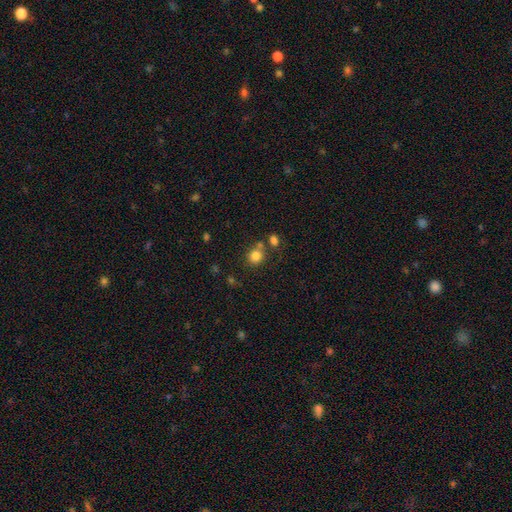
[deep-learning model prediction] Morphology: type=smooth (82%); roundness=round (83%); merging=none (65%).